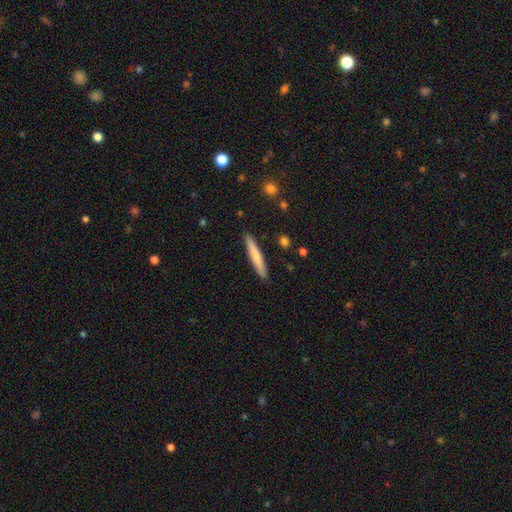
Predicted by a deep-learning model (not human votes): A smooth galaxy with no disk features (70%) that is cigar-shaped (94%). Merging: none (90%).